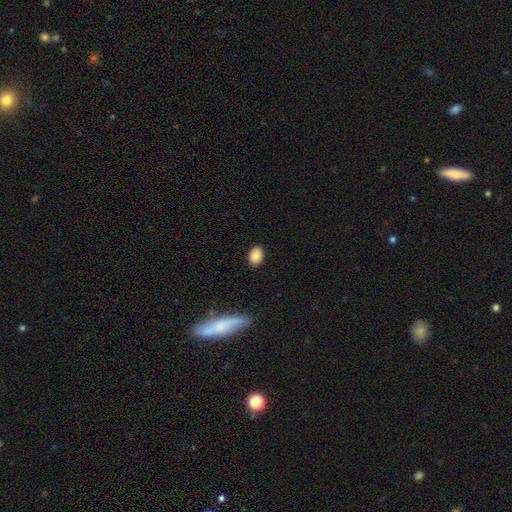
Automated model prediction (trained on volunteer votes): smooth-or-featured: smooth: 86% | star or artifact: 9% | featured or disk: 6%
  how-rounded: in between: 76% | round: 23% | cigar-shaped: 1%
  merging: none: 88% | minor disturbance: 8% | major disturbance: 2% | merger: 1%